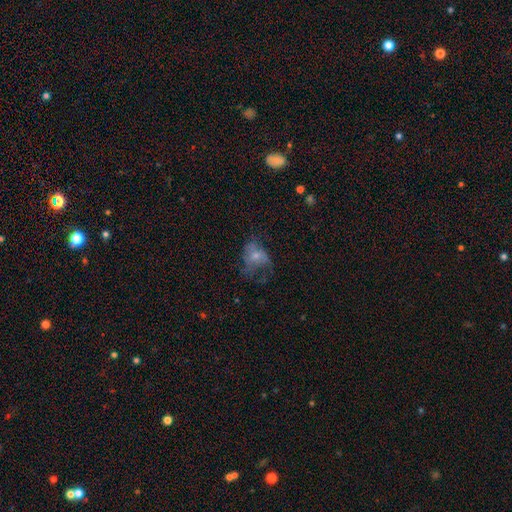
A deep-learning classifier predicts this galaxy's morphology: type=smooth (51%); roundness=in between (62%); merging=major disturbance (43%).